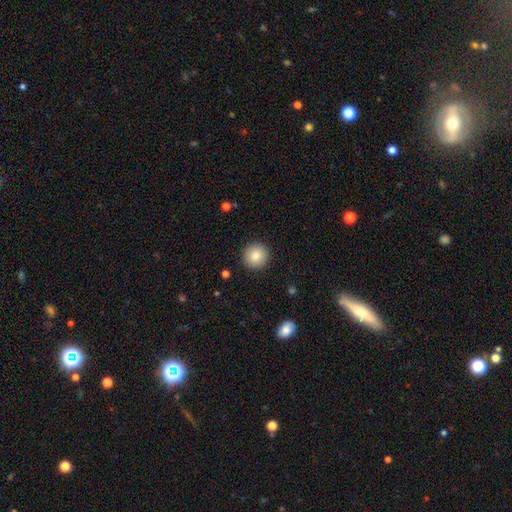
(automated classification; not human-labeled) A smooth galaxy with no disk features (84%) that is round (95%).

Vote fractions:
- Smooth or featured? smooth: 84% / star or artifact: 9% / featured or disk: 7%
- How rounded? round: 95% / in between: 4% / cigar-shaped: 1%
- Merging? none: 92% / minor disturbance: 5% / major disturbance: 2% / merger: 1%